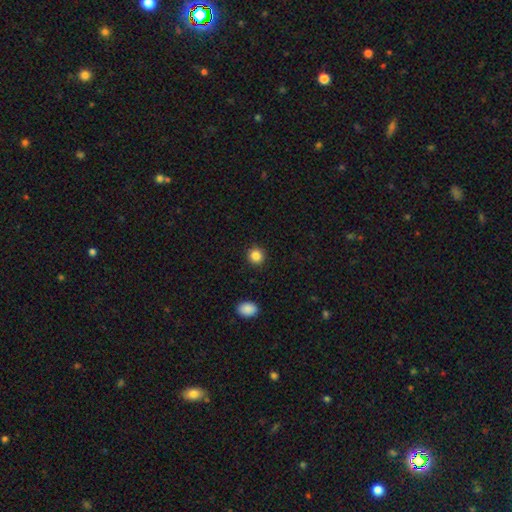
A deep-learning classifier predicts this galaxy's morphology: Smooth or featured?
  - smooth: 86% *
  - star or artifact: 10%
  - featured or disk: 4%
How rounded?
  - round: 92% *
  - in between: 7%
  - cigar-shaped: 1%
Merging?
  - none: 92% *
  - minor disturbance: 5%
  - major disturbance: 2%
  - merger: 1%